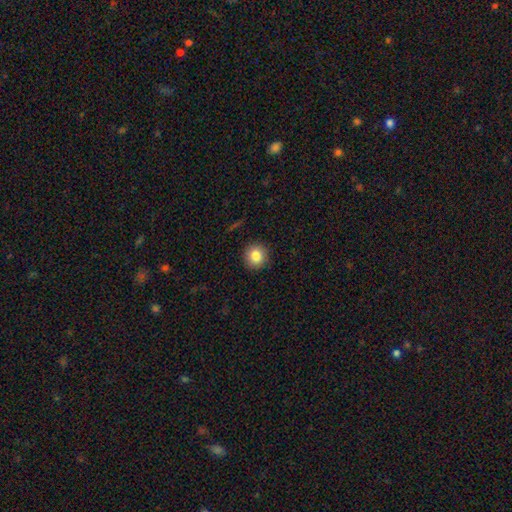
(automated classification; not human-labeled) Smooth or featured: smooth — 84% (star or artifact — 9%)
How rounded: round — 93% (in between — 6%)
Merging: none — 91% (minor disturbance — 6%)